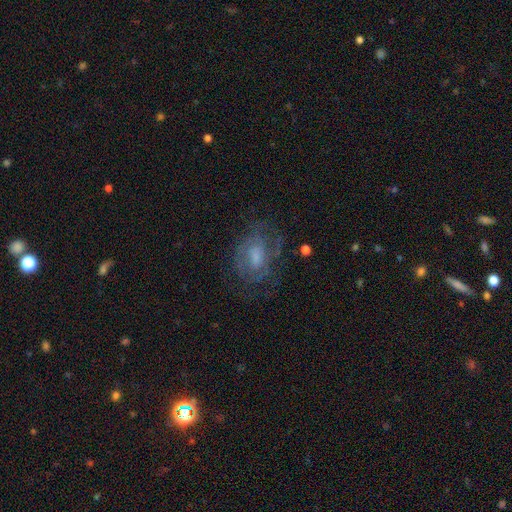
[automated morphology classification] Q: Smooth or featured?
A: featured or disk (60%); runner-up: smooth (30%)
Q: Edge-on disk?
A: no (96%); runner-up: yes (4%)
Q: Bar?
A: no (55%); runner-up: weak (37%)
Q: Spiral arms?
A: yes (66%); runner-up: no (34%)
Q: Bulge size?
A: moderate (39%); runner-up: small (30%)
Q: Merging?
A: none (60%); runner-up: minor disturbance (21%)